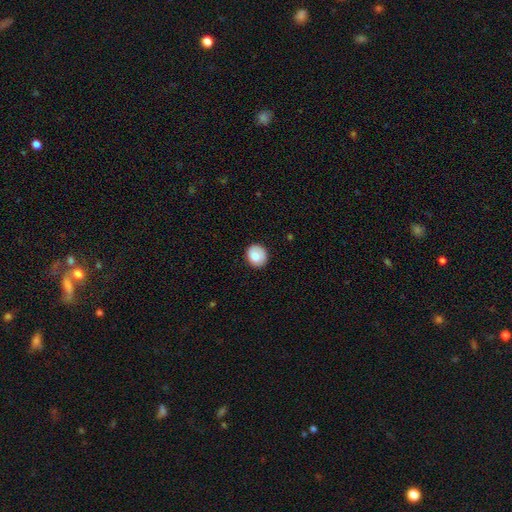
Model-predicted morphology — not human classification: A smooth galaxy with no disk features (81%) that is round (72%). Merging: none (81%).